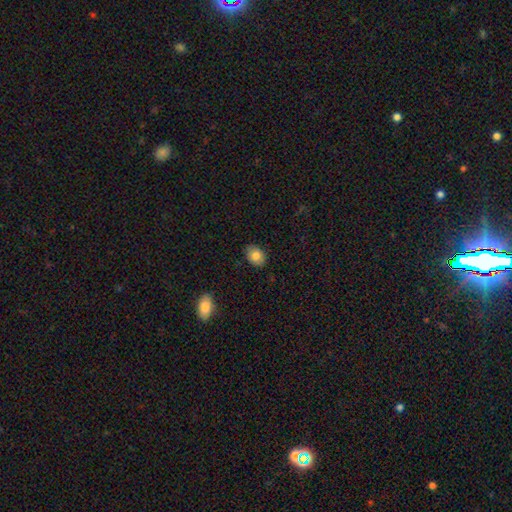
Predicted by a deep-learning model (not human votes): Smooth or featured?
  - smooth: 84% *
  - featured or disk: 8%
  - star or artifact: 8%
How rounded?
  - in between: 69% *
  - round: 30%
  - cigar-shaped: 1%
Merging?
  - none: 86% *
  - minor disturbance: 10%
  - major disturbance: 2%
  - merger: 1%